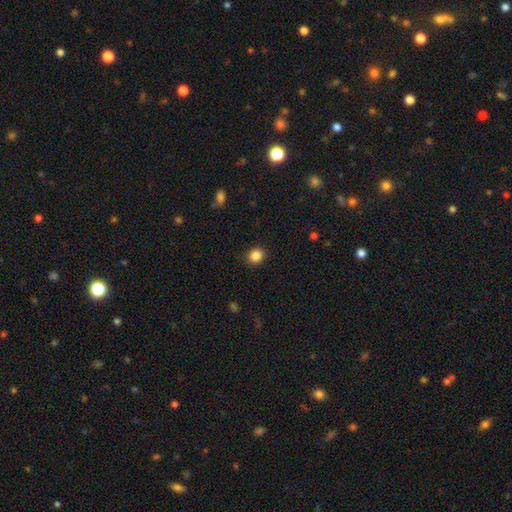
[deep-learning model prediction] Smooth or featured?
  - smooth: 87% *
  - star or artifact: 10%
  - featured or disk: 3%
How rounded?
  - round: 78% *
  - in between: 21%
  - cigar-shaped: 1%
Merging?
  - none: 90% *
  - minor disturbance: 7%
  - major disturbance: 2%
  - merger: 1%